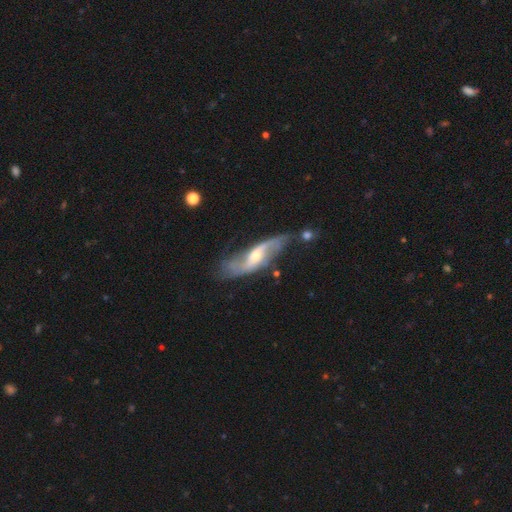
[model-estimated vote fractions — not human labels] A featured or disk galaxy (83%) with a weak bar (44%), 2 (88%) loose (73%) spiral arms (92%) and a moderate central bulge (53%). Merging: none (52%).